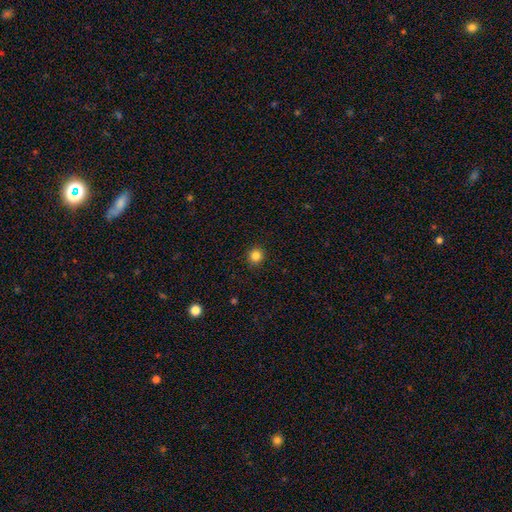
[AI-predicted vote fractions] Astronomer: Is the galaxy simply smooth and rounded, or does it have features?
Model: smooth — 84%.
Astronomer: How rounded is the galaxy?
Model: round — 93%.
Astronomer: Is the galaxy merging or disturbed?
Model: none — 92%.